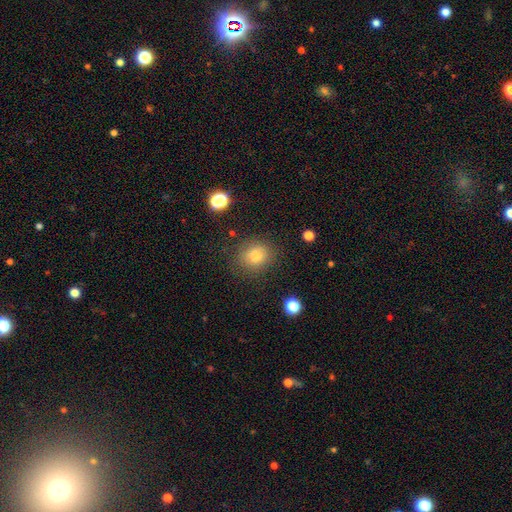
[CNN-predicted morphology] Smooth or featured: smooth — 79% (star or artifact — 13%)
How rounded: round — 67% (in between — 32%)
Merging: none — 82% (minor disturbance — 12%)